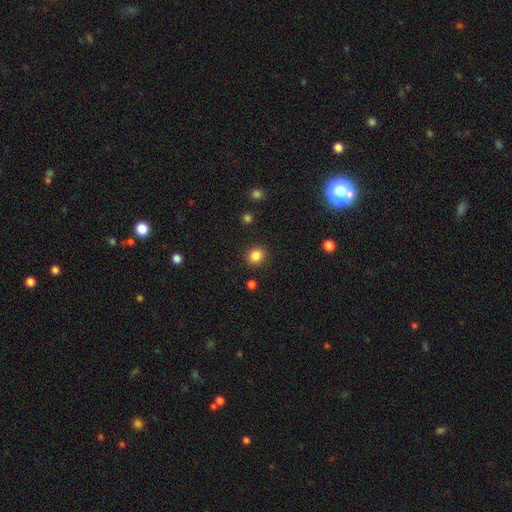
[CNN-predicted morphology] This is clearly a smooth galaxy (85%). How rounded: likely round (79%). Merging: clearly none (90%).